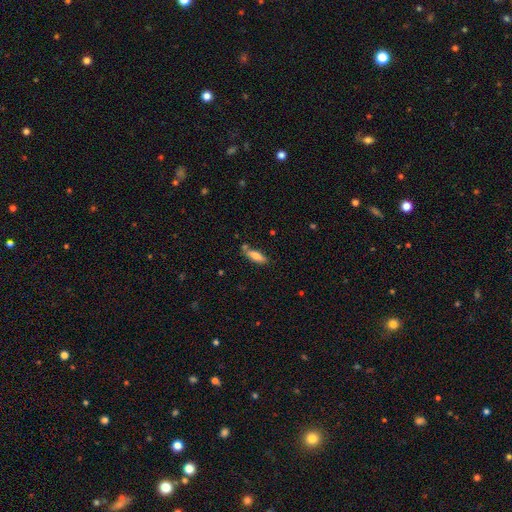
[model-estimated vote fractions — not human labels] Smooth or featured? smooth (78%)
How rounded? in between (58%)
Merging? none (68%)